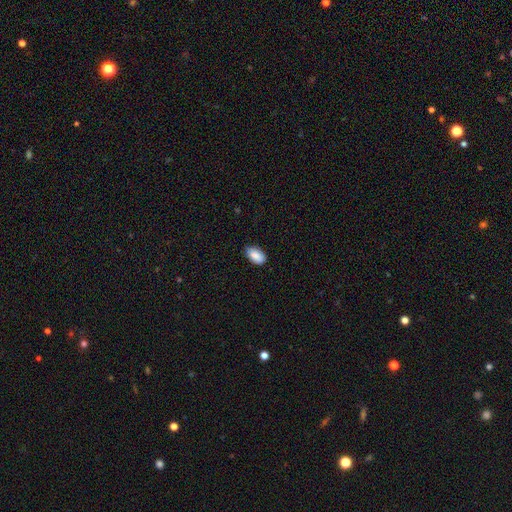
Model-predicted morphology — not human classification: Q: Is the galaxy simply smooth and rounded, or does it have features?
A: smooth — 88%.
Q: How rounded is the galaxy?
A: in between — 94%.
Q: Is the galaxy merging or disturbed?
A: none — 82%.